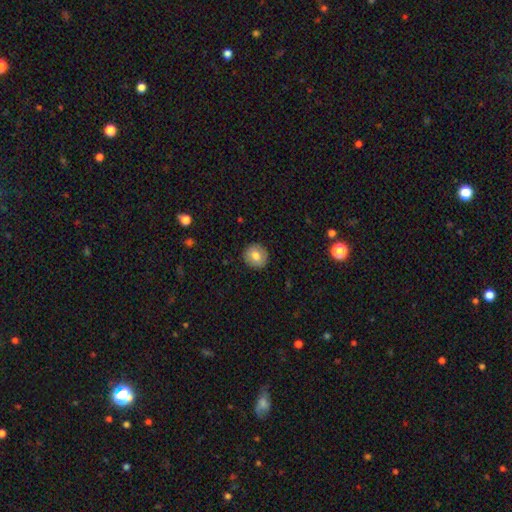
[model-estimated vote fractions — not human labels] Smooth or featured?
  - smooth: 78% *
  - featured or disk: 14%
  - star or artifact: 8%
How rounded?
  - round: 90% *
  - in between: 10%
  - cigar-shaped: 1%
Merging?
  - none: 90% *
  - minor disturbance: 7%
  - major disturbance: 2%
  - merger: 1%